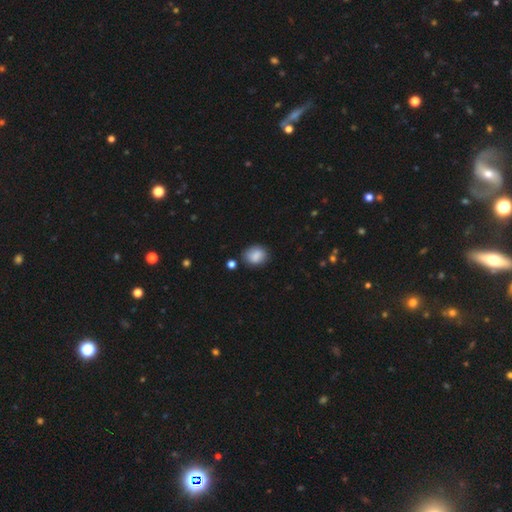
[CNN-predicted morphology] A smooth galaxy with no disk features (85%) that is in between round and cigar-shaped (50%).

Vote fractions:
- Smooth or featured? smooth: 85% / star or artifact: 8% / featured or disk: 7%
- How rounded? in between: 50% / round: 49% / cigar-shaped: 1%
- Merging? none: 77% / minor disturbance: 15% / merger: 4% / major disturbance: 4%